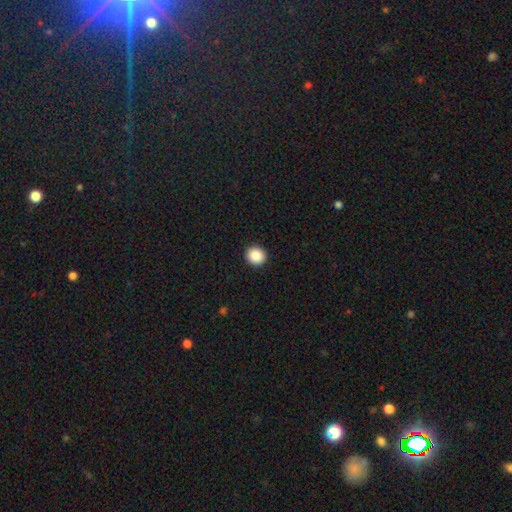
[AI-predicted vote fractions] Smooth or featured: smooth — 88% (star or artifact — 9%)
How rounded: round — 91% (in between — 8%)
Merging: none — 93% (minor disturbance — 4%)